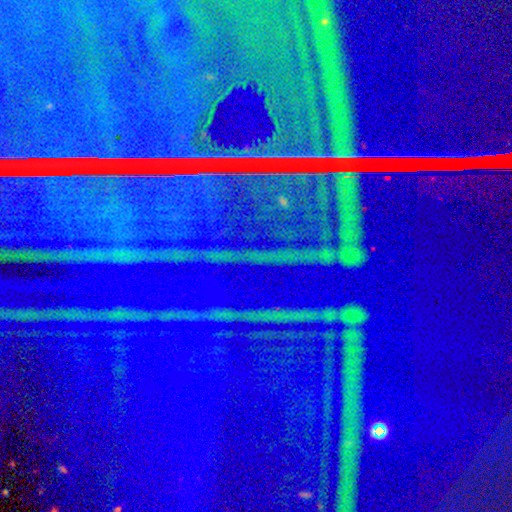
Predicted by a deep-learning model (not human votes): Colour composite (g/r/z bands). It shows a star or artifact, not a galaxy (88%).